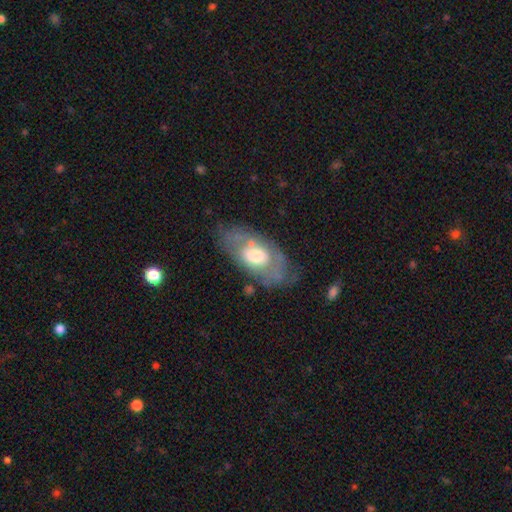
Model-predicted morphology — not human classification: Overall: featured or disk (50%; smooth 44%). Merging: none (61%; minor disturbance 23%).